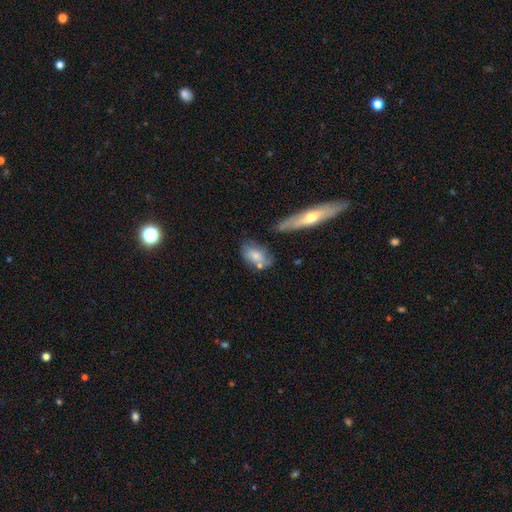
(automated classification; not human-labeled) A smooth galaxy with no disk features (71%) that is in between round and cigar-shaped (86%). Merging: none (50%).